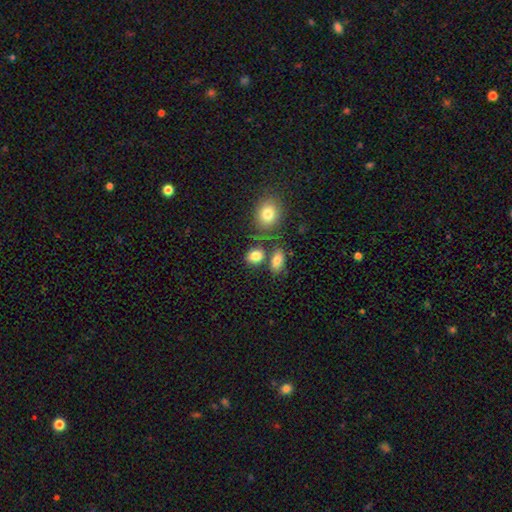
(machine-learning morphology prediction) A smooth galaxy with no disk features (83%) that is in between round and cigar-shaped (62%). Merging: none (62%).